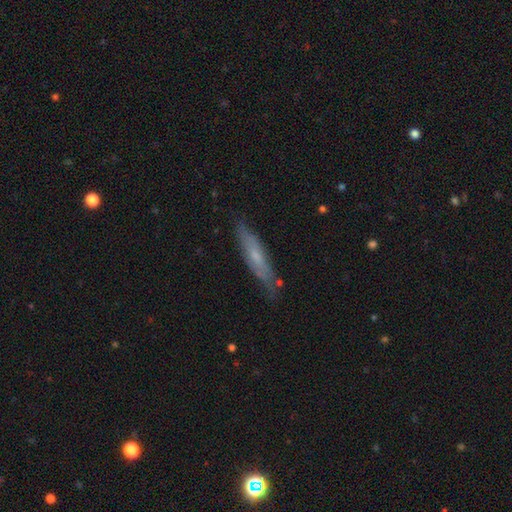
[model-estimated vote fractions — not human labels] Smooth or featured? featured or disk (49%)
Merging? none (76%)